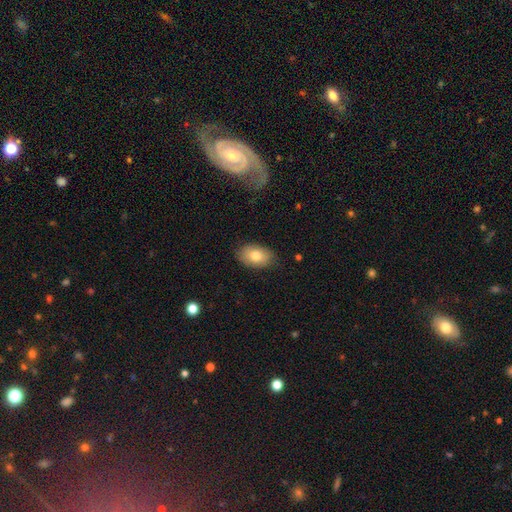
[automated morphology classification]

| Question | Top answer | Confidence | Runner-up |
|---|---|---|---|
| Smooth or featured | smooth | 77% | featured or disk (16%) |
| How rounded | in between | 88% | round (11%) |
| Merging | none | 83% | minor disturbance (14%) |